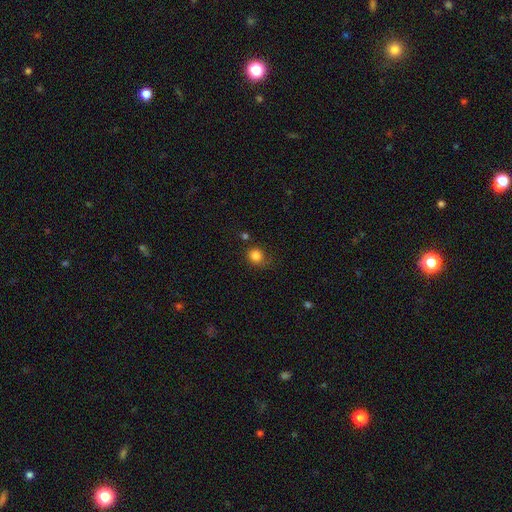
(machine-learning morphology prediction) smooth_or_featured: smooth (p=0.83) [alt: star or artifact p=0.12]
how_rounded: round (p=0.80) [alt: in between p=0.19]
merging: none (p=0.69) [alt: minor disturbance p=0.19]